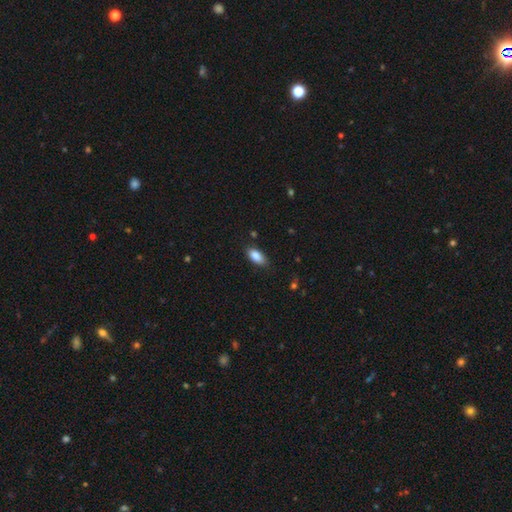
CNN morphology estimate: type=smooth (87%); roundness=in between (90%); merging=none (81%).